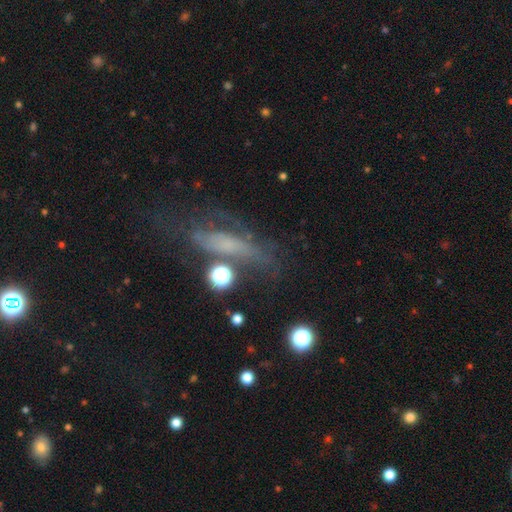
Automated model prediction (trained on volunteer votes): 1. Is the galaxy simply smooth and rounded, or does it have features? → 45% featured or disk, 34% smooth, 21% star or artifact.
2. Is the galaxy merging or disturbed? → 53% none, 21% minor disturbance, 18% major disturbance, 8% merger.